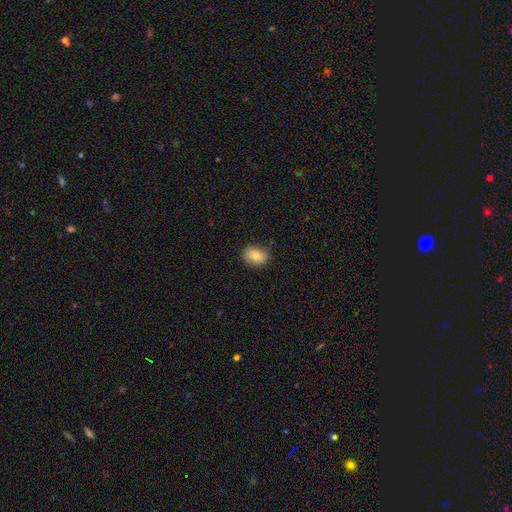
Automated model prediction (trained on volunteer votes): This is clearly a smooth galaxy (80%). How rounded: likely in between (67%). Merging: likely none (73%).